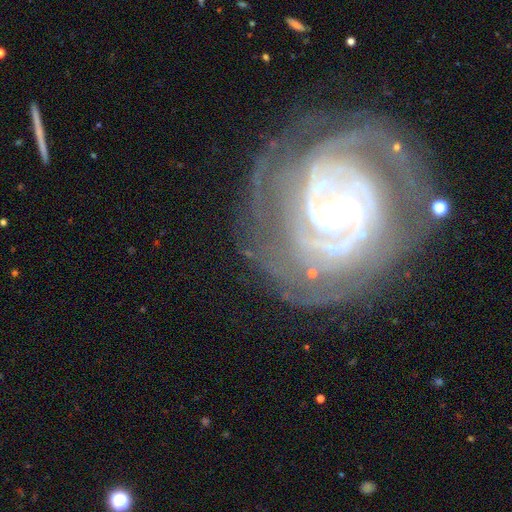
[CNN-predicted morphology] The model was most divided on "spiral arm count": 2: 29%, can't tell: 22%, 3: 20%, 4: 13%, more than 4: 9%, 1: 8%. More confident: spiral arms — yes (98%); edge-on disk — no (97%); smooth or featured — featured or disk (90%); spiral winding — tight (76%); merging — none (67%); bulge size — small (56%); bar — no (53%).